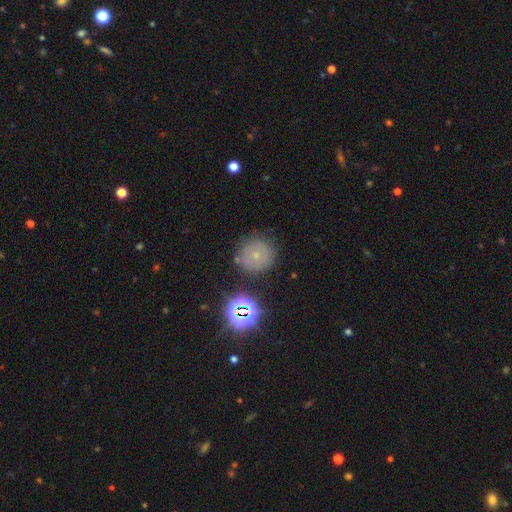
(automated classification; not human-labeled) smooth_or_featured: smooth (p=0.52) [alt: star or artifact p=0.27]
how_rounded: round (p=0.93) [alt: in between p=0.06]
merging: none (p=0.82) [alt: minor disturbance p=0.11]